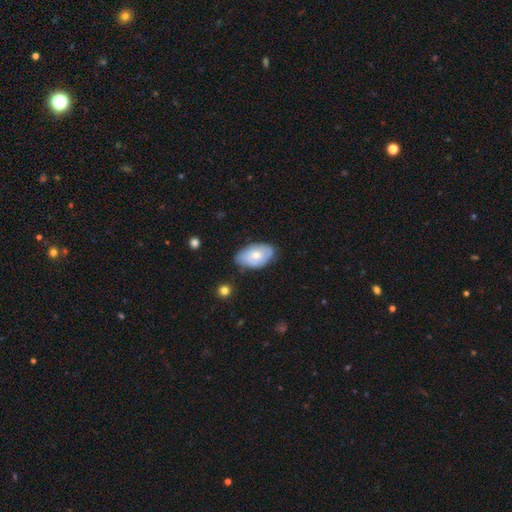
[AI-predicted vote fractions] smooth-or-featured: smooth: 58% | featured or disk: 36% | star or artifact: 6%
  how-rounded: in between: 93% | round: 6% | cigar-shaped: 2%
  merging: none: 65% | minor disturbance: 28% | major disturbance: 5% | merger: 2%